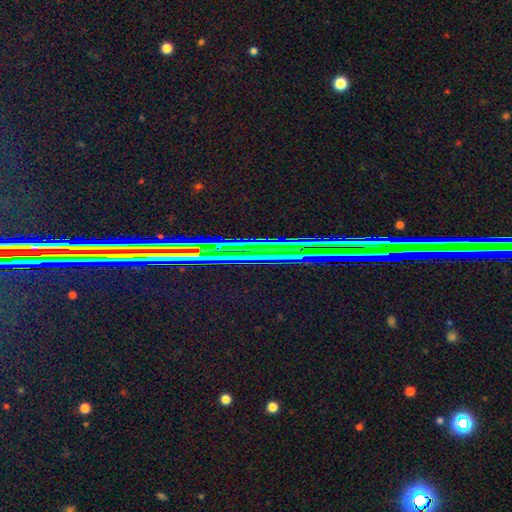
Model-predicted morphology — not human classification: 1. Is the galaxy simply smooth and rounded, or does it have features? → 81% star or artifact, 11% featured or disk, 8% smooth.